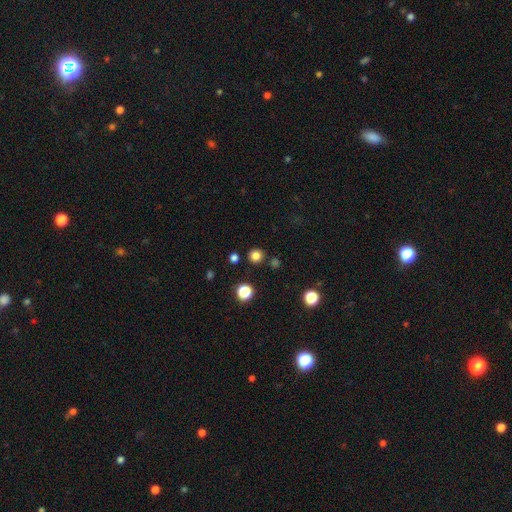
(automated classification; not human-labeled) Q: Smooth or featured?
A: smooth (80%); runner-up: star or artifact (15%)
Q: How rounded?
A: round (93%); runner-up: in between (6%)
Q: Merging?
A: none (87%); runner-up: minor disturbance (6%)